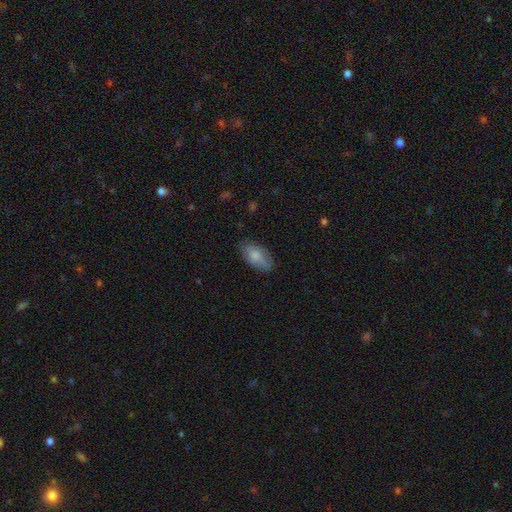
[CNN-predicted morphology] Overall: smooth (78%). How rounded: in between (92%). Merging: none (75%).